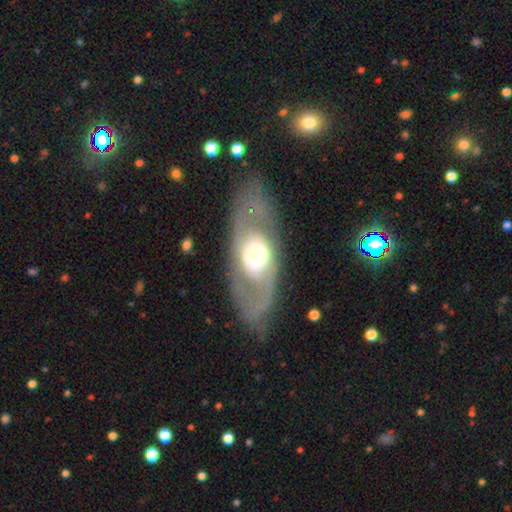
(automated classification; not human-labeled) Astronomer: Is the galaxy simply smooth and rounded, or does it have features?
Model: featured or disk — 70%.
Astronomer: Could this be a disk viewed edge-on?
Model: no — 86%.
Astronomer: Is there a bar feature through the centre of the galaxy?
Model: no — 72%.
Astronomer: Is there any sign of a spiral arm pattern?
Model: no — 59% (runner-up: yes, 41%).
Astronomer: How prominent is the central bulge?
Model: moderate — 57%.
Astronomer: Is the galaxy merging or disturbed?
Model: none — 76%.